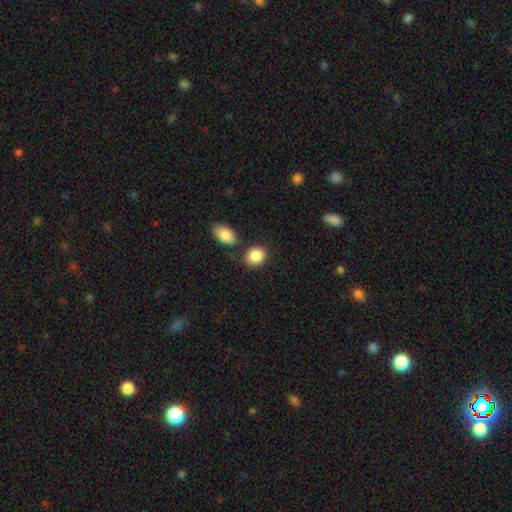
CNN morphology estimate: A smooth galaxy with no disk features (88%) that is round (58%). Merging: none (72%).